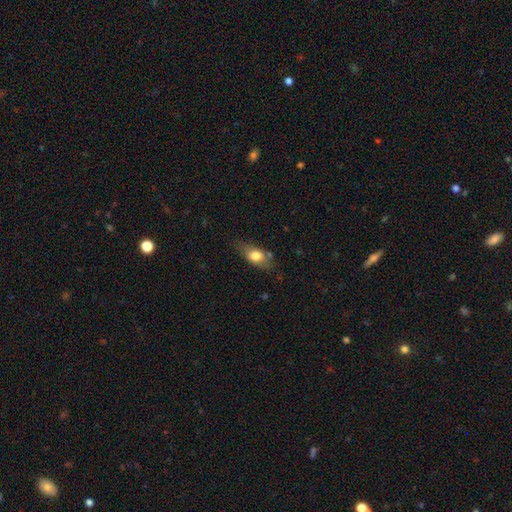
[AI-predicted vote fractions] This appears to be a smooth galaxy with no disk features (73%) that is in between round and cigar-shaped (81%). Merging: none (65%).